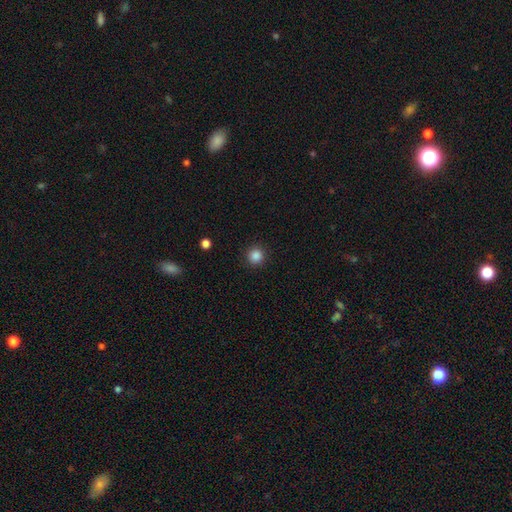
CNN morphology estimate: This appears to be a smooth galaxy with no disk features (86%) that is round (95%). Merging: none (92%).